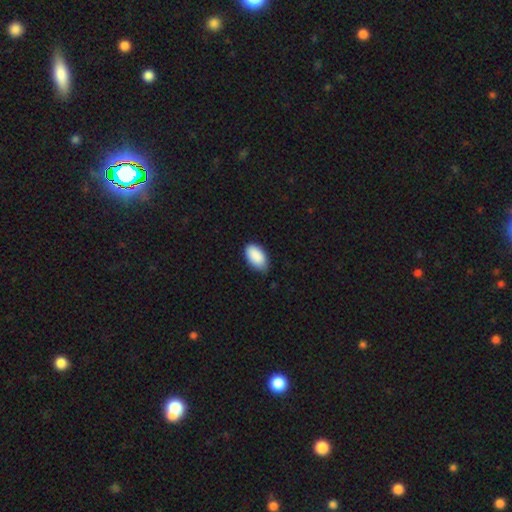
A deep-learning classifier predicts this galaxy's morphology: Smooth or featured? smooth (90%)
How rounded? in between (95%)
Merging? none (72%)